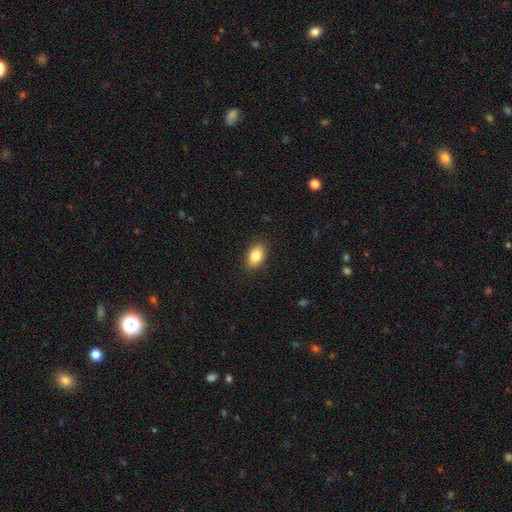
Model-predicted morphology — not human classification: This is clearly a smooth galaxy (84%). How rounded: clearly in between (87%). Merging: clearly none (89%).